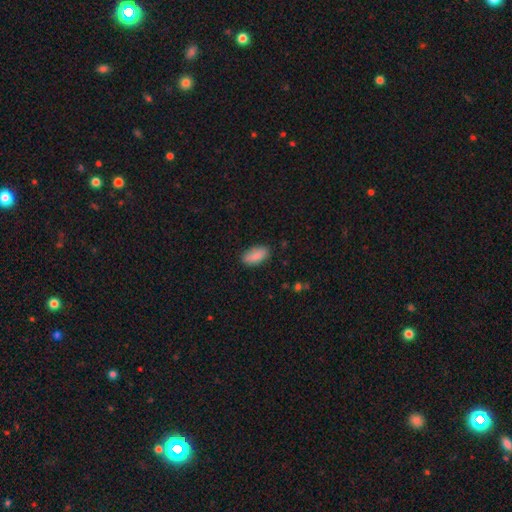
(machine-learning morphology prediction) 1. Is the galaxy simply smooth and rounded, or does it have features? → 88% smooth, 7% star or artifact, 5% featured or disk.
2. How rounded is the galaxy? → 91% in between, 6% cigar-shaped, 3% round.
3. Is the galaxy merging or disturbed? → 84% none, 12% minor disturbance, 3% major disturbance, 1% merger.